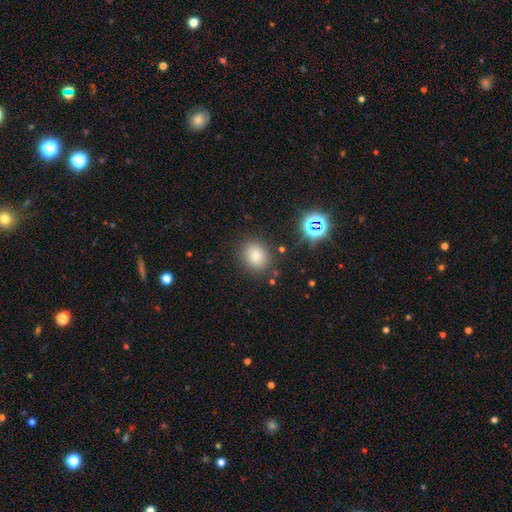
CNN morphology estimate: smooth 76%, star or artifact 15%, featured or disk 8%. Down the decision tree: how rounded — round (63%); merging — none (83%).